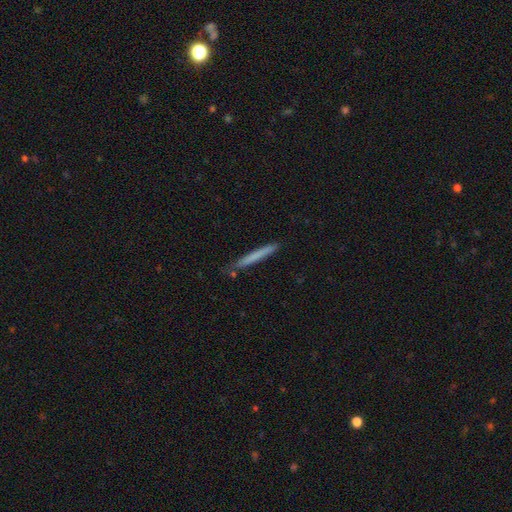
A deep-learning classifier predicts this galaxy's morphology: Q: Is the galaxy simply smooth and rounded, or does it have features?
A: smooth — 69%.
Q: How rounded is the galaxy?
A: cigar-shaped — 97%.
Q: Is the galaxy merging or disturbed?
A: none — 84%.